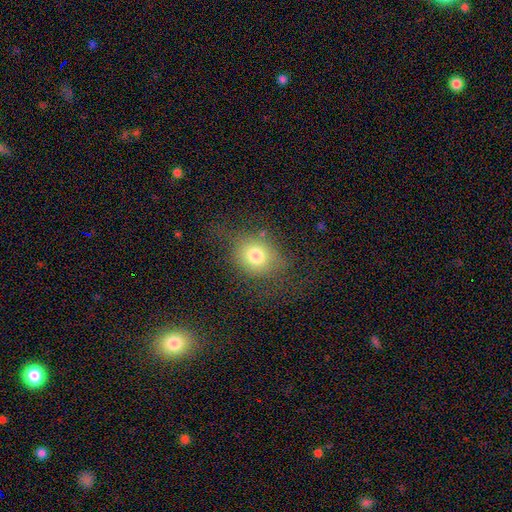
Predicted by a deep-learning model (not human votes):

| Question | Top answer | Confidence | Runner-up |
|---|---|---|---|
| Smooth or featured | smooth | 74% | featured or disk (14%) |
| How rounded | round | 65% | in between (33%) |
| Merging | none | 62% | minor disturbance (21%) |